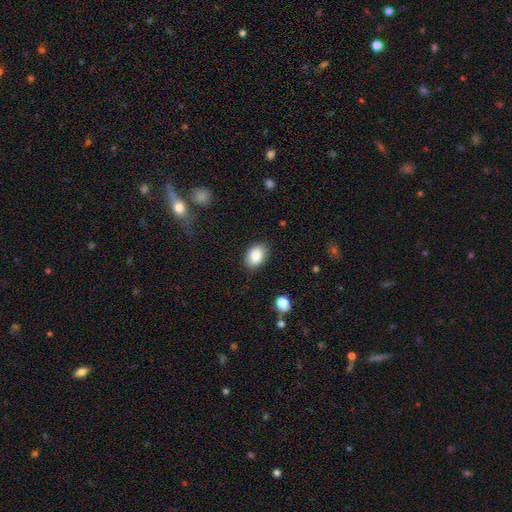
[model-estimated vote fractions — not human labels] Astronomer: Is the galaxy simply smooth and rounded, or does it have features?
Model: smooth — 88%.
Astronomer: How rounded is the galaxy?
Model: in between — 83%.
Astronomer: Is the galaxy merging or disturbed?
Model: none — 84%.